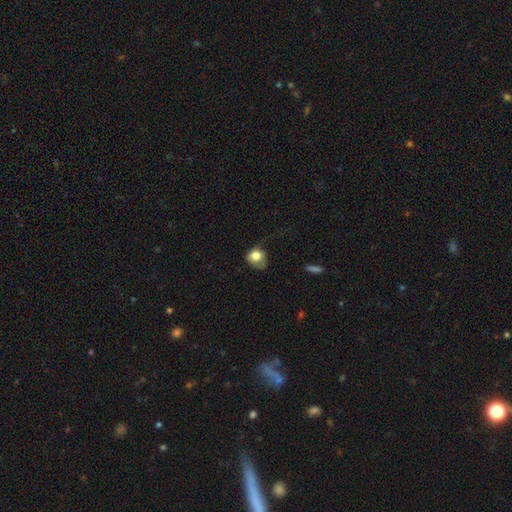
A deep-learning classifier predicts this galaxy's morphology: The model was most divided on "merging": major disturbance: 36%, minor disturbance: 32%, none: 30%, merger: 2%. More confident: smooth or featured — smooth (75%); how rounded — round (67%).